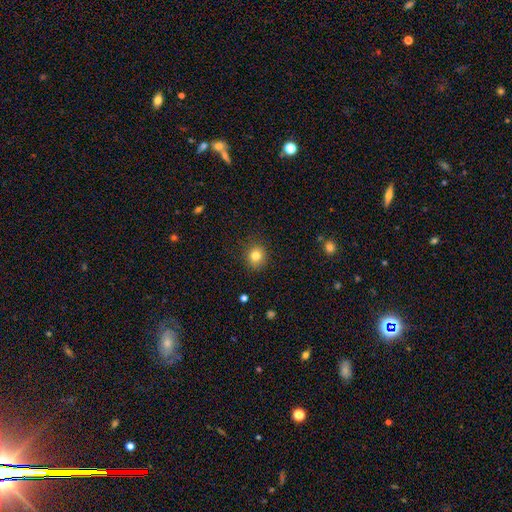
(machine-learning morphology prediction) smooth-or-featured: smooth: 81% | star or artifact: 12% | featured or disk: 7%
  how-rounded: round: 83% | in between: 16% | cigar-shaped: 1%
  merging: none: 89% | minor disturbance: 8% | major disturbance: 2% | merger: 1%